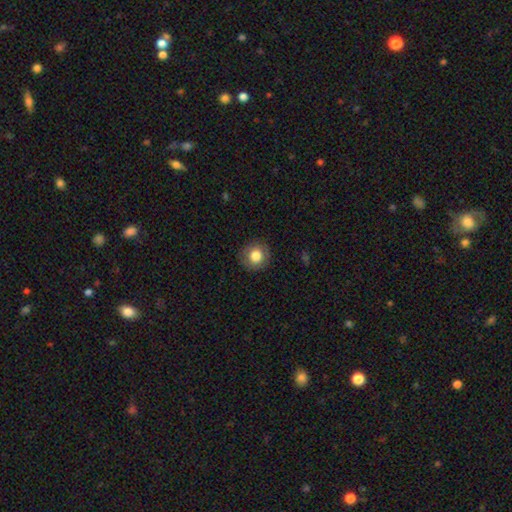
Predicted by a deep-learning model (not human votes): Smooth or featured? smooth (80%)
How rounded? round (92%)
Merging? none (88%)